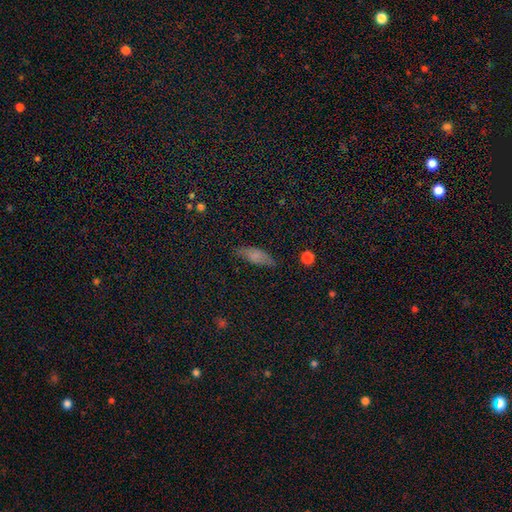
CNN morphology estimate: This is likely a smooth galaxy (69%). How rounded: likely in between (68%). Merging: likely none (70%).